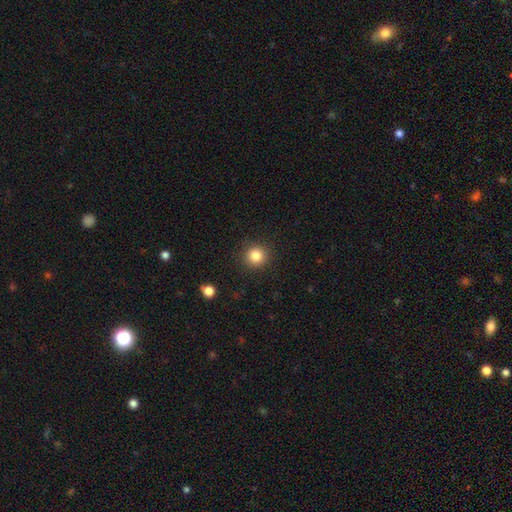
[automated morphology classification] This appears to be a smooth galaxy with no disk features (83%) that is round (93%). Merging: none (90%).